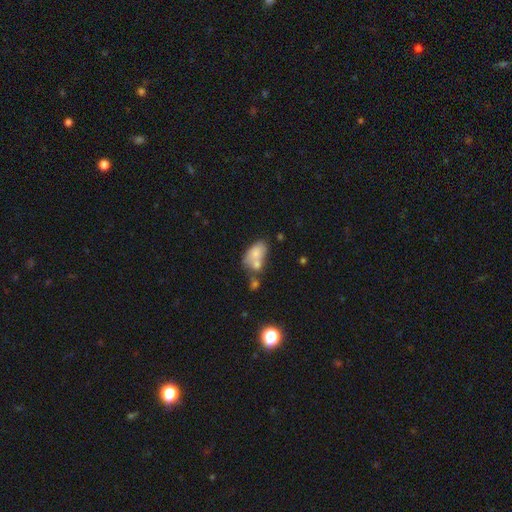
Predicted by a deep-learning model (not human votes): Q: Smooth or featured?
A: smooth (73%); runner-up: featured or disk (19%)
Q: How rounded?
A: in between (88%); runner-up: round (10%)
Q: Merging?
A: merger (47%); runner-up: none (29%)